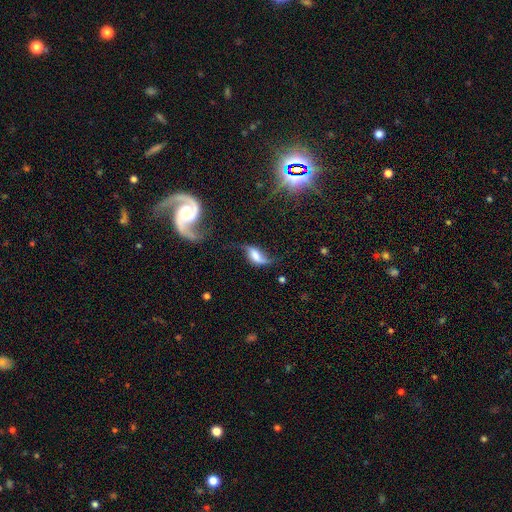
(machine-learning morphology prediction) This appears to be a featured or disk galaxy (66%) with a weak bar (39%), 2 (85%) loose (86%) spiral arms (89%) and a moderate central bulge (27%). Merging: none (46%).